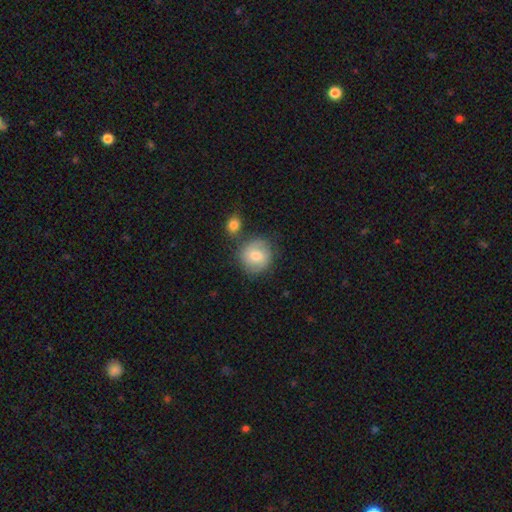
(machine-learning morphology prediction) Overall: smooth (69%). How rounded: round (89%). Merging: none (70%).